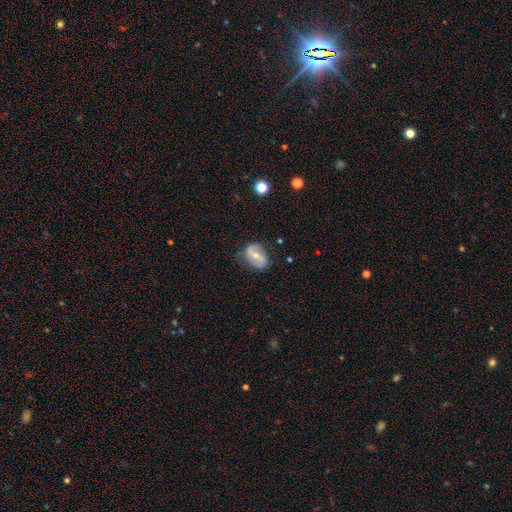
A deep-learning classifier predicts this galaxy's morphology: This is likely a featured or disk galaxy (76%). It is clearly not viewed edge-on (96%). Bar: marginally strong (41%). Spiral arm pattern: clearly yes (86%). Spiral arm count: clearly 2 (87%). Spiral winding: possibly loose (45%). Central bulge: possibly moderate (50%). Merging: likely none (72%).